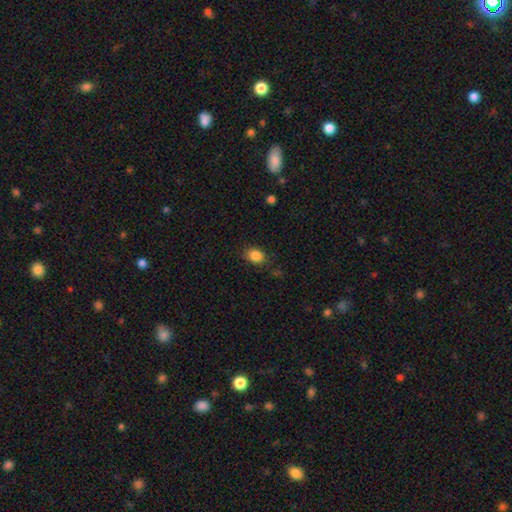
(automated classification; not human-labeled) Q: Smooth or featured?
A: smooth (86%); runner-up: star or artifact (10%)
Q: How rounded?
A: in between (51%); runner-up: round (48%)
Q: Merging?
A: none (81%); runner-up: minor disturbance (13%)